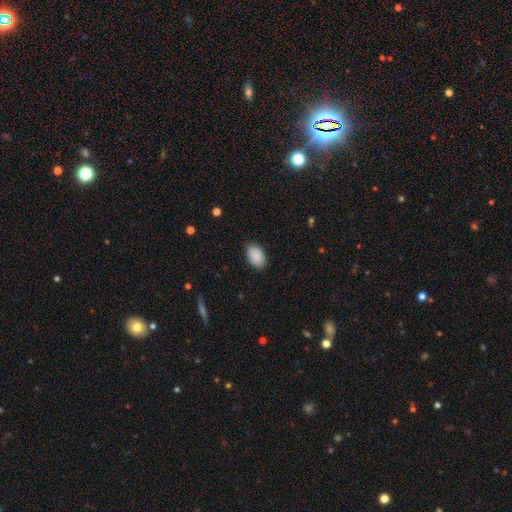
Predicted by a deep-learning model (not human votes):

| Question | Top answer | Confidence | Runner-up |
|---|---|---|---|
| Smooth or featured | smooth | 89% | star or artifact (7%) |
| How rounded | in between | 90% | round (9%) |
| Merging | none | 87% | minor disturbance (10%) |